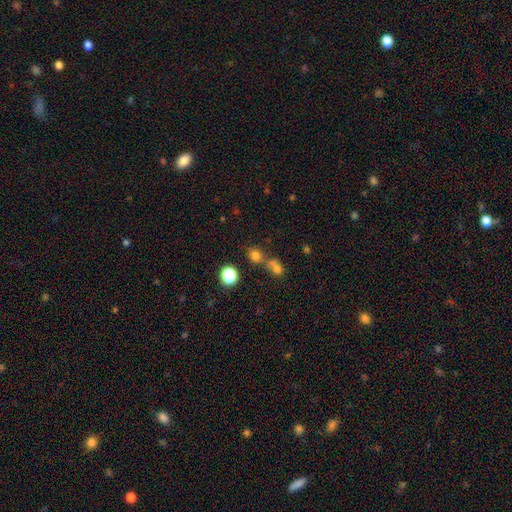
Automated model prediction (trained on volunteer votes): Morphology: type=smooth (72%); roundness=round (80%); merging=none (55%).